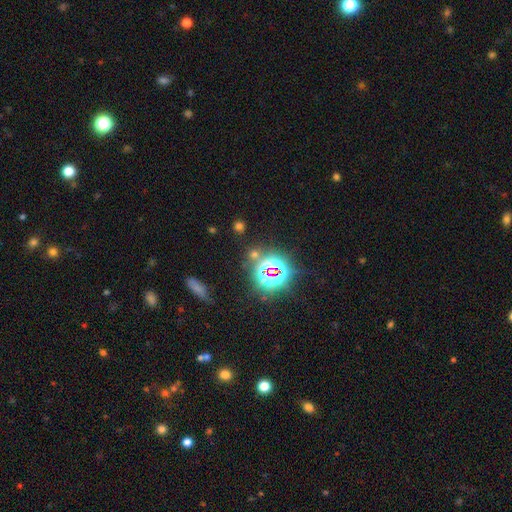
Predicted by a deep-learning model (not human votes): A star or artifact, not a galaxy (73%).

Vote fractions:
- Smooth or featured? star or artifact: 73% / smooth: 18% / featured or disk: 9%